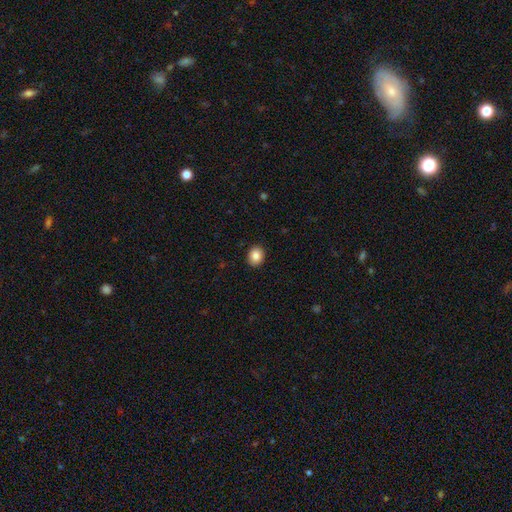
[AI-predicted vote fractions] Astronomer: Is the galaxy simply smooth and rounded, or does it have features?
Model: smooth — 86%.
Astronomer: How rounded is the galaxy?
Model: round — 59% (runner-up: in between, 40%).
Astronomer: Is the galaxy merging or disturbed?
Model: none — 91%.